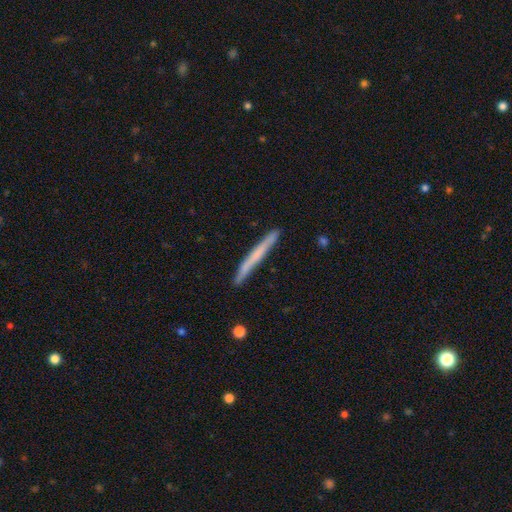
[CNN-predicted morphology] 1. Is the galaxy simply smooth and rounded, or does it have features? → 55% smooth, 39% featured or disk, 5% star or artifact.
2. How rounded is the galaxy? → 97% cigar-shaped, 2% in between, 1% round.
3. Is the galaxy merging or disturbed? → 90% none, 8% minor disturbance, 1% major disturbance, 1% merger.